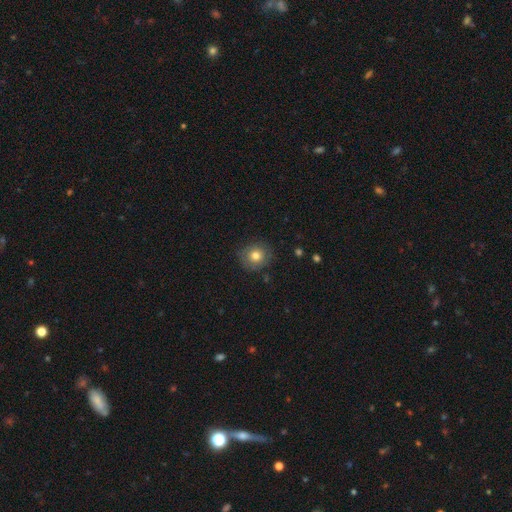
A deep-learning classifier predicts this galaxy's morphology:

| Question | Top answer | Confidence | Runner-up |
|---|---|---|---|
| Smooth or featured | smooth | 75% | featured or disk (14%) |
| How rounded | round | 87% | in between (12%) |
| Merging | none | 83% | minor disturbance (13%) |